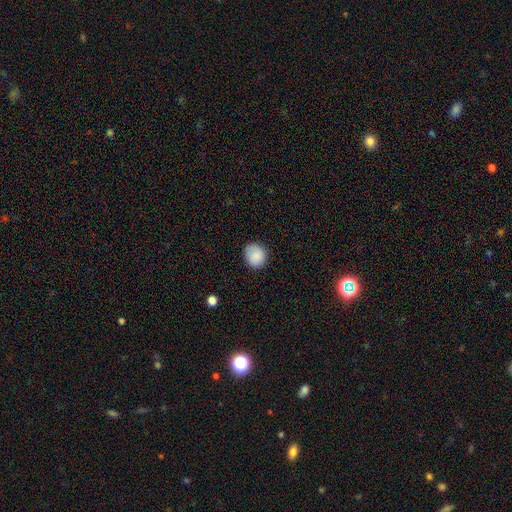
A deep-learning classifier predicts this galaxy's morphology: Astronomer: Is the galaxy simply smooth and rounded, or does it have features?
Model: smooth — 88%.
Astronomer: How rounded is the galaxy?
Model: round — 80%.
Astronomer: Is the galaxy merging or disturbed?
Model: none — 84%.